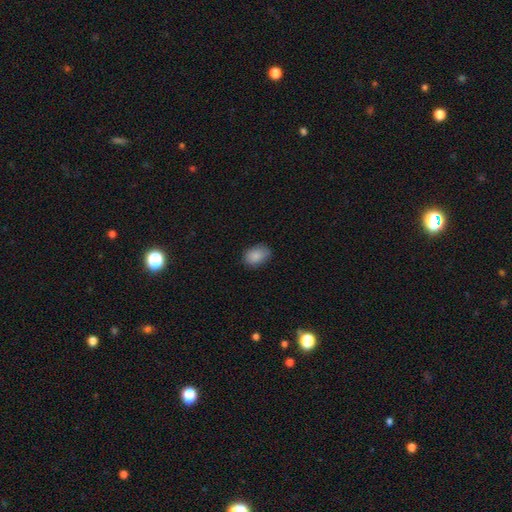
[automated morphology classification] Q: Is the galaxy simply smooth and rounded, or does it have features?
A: smooth — 87%.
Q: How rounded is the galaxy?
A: in between — 81%.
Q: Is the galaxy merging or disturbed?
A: none — 82%.